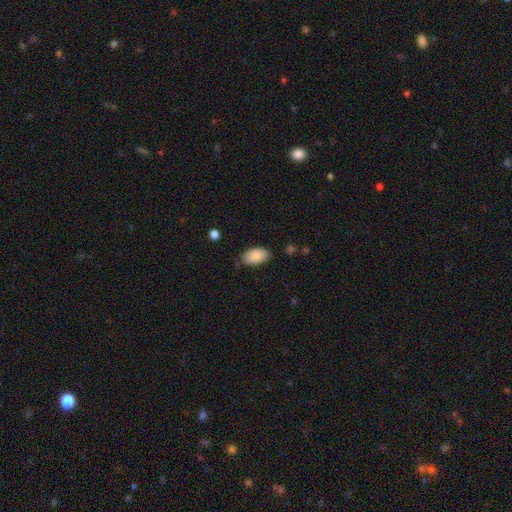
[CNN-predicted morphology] Smooth or featured?
  - smooth: 88% *
  - star or artifact: 6%
  - featured or disk: 6%
How rounded?
  - in between: 94% *
  - round: 5%
  - cigar-shaped: 1%
Merging?
  - none: 75% *
  - minor disturbance: 20%
  - major disturbance: 4%
  - merger: 2%